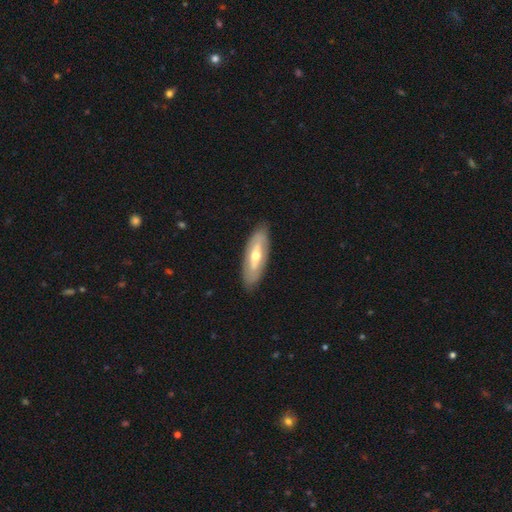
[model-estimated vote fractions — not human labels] Smooth or featured? Predicted: featured or disk (p=0.59). Edge-on disk? Predicted: no (p=0.74). Merging? Predicted: none (p=0.85).